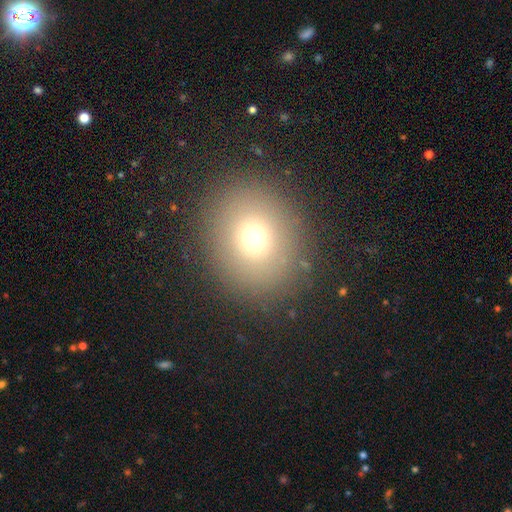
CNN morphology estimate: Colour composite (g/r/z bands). It shows a smooth galaxy with no disk features (71%) that is round (71%). Merging: none (89%).